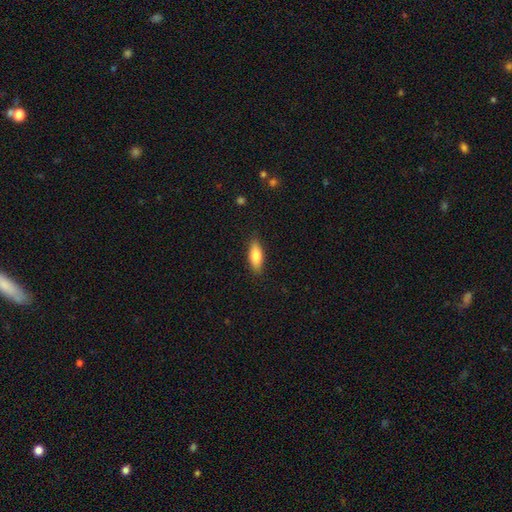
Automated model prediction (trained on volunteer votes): This appears to be a smooth galaxy with no disk features (77%) that is in between round and cigar-shaped (66%). Merging: none (87%).